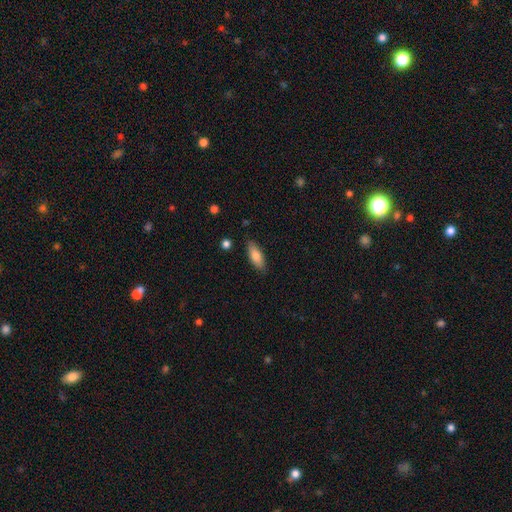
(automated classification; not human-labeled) A smooth galaxy with no disk features (81%) that is in between round and cigar-shaped (72%). Merging: none (85%).